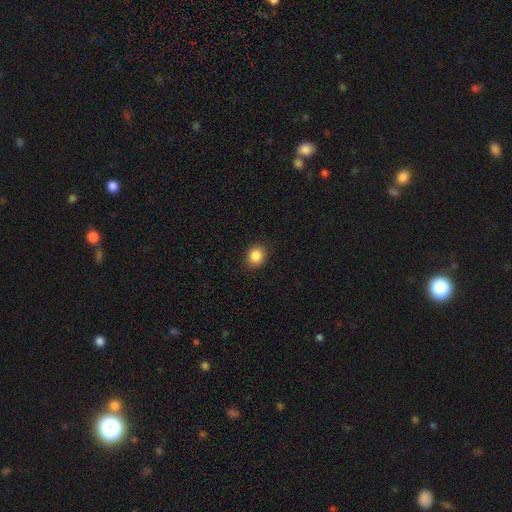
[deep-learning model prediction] Smooth or featured: smooth — 86% (star or artifact — 10%)
How rounded: round — 67% (in between — 32%)
Merging: none — 89% (minor disturbance — 8%)